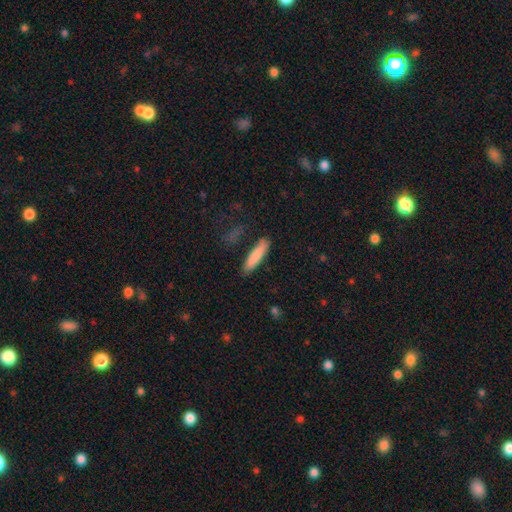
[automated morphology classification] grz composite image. It shows a smooth galaxy with no disk features (84%) that is cigar-shaped (79%). Merging: none (82%).